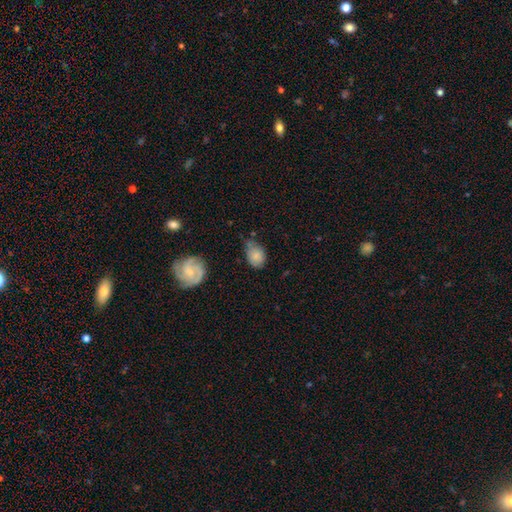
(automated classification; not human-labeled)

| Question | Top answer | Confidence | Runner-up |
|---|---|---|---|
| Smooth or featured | smooth | 78% | featured or disk (14%) |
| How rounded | in between | 66% | round (32%) |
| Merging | none | 44% | minor disturbance (40%) |